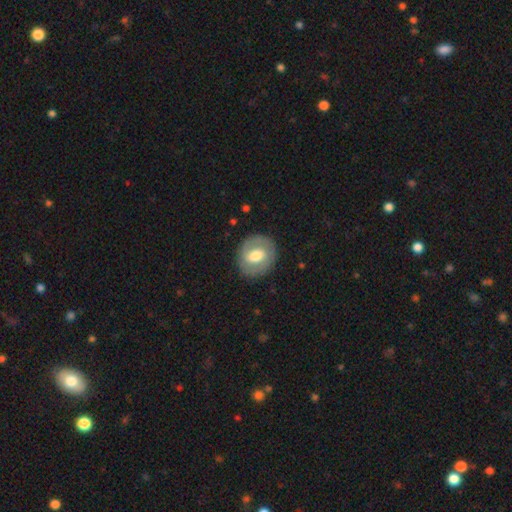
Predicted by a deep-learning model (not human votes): Smooth or featured?
  - smooth: 52% *
  - featured or disk: 42%
  - star or artifact: 6%
How rounded?
  - round: 69% *
  - in between: 30%
  - cigar-shaped: 1%
Merging?
  - none: 85% *
  - minor disturbance: 10%
  - major disturbance: 4%
  - merger: 1%